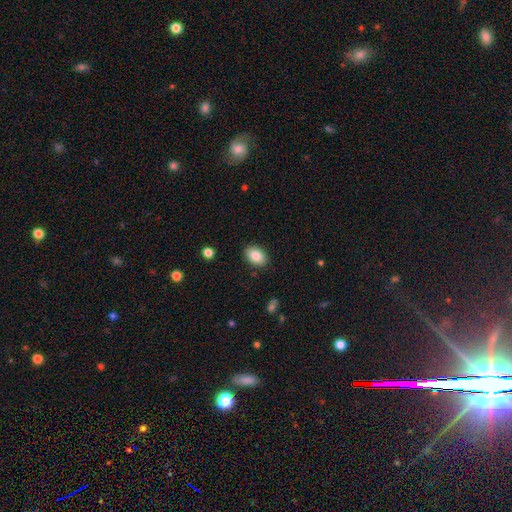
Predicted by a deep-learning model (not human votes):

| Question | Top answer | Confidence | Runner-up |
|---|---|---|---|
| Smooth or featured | smooth | 86% | star or artifact (8%) |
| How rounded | in between | 87% | round (12%) |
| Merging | none | 88% | minor disturbance (9%) |